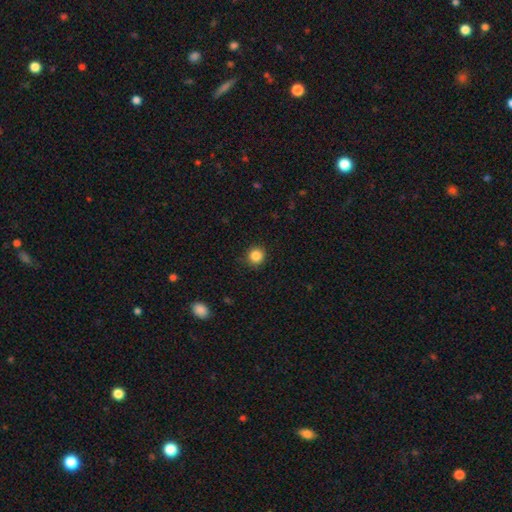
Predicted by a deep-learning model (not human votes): A smooth galaxy with no disk features (86%) that is round (93%).

Vote fractions:
- Smooth or featured? smooth: 86% / star or artifact: 11% / featured or disk: 4%
- How rounded? round: 93% / in between: 6% / cigar-shaped: 1%
- Merging? none: 90% / minor disturbance: 7% / major disturbance: 2% / merger: 1%